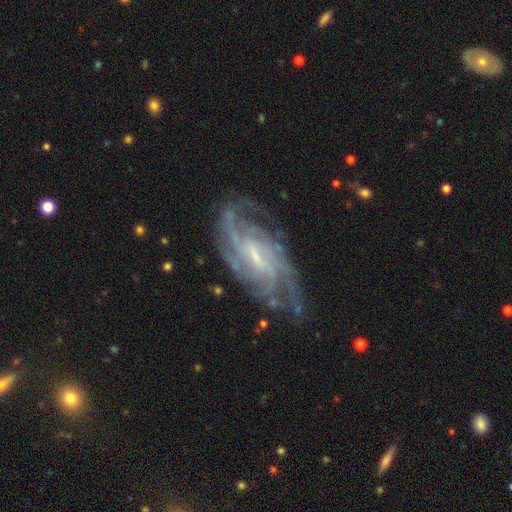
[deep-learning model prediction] A featured or disk galaxy (89%) with a weak bar (53%), 4 (27%) tight (48%) spiral arms (97%) and a small central bulge (64%). Merging: none (73%).